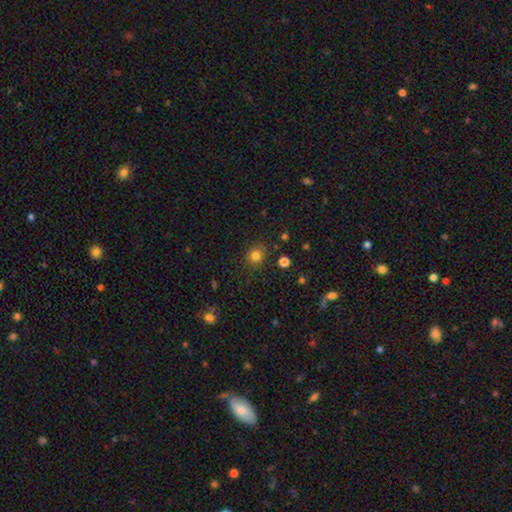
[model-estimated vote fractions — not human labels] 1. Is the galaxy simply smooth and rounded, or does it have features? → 81% smooth, 14% star or artifact, 5% featured or disk.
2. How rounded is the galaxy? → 82% round, 17% in between, 1% cigar-shaped.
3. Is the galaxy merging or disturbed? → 85% none, 9% minor disturbance, 3% major disturbance, 2% merger.